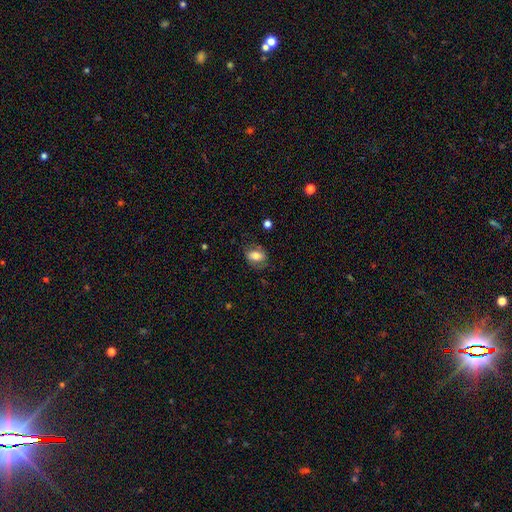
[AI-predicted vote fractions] smooth_or_featured: smooth (p=0.71) [alt: featured or disk p=0.21]
how_rounded: in between (p=0.82) [alt: round p=0.15]
merging: none (p=0.70) [alt: minor disturbance p=0.20]